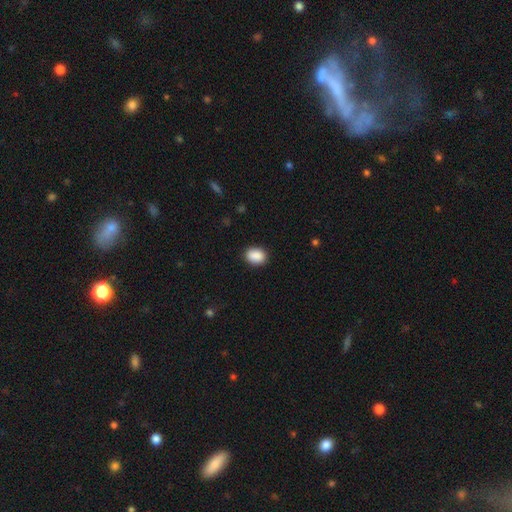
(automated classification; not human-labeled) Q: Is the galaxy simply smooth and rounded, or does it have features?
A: smooth — 89%.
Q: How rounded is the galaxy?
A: in between — 69%.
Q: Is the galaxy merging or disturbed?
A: none — 88%.